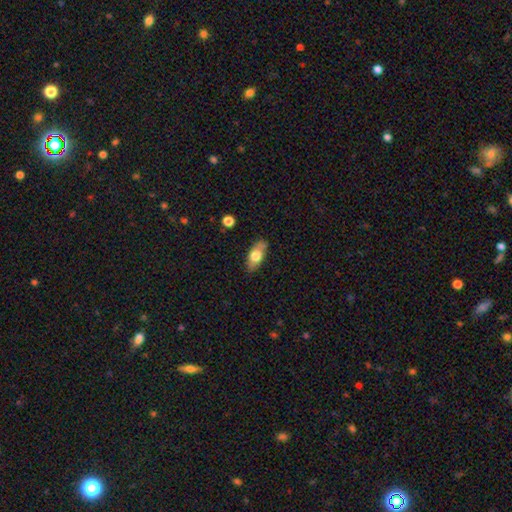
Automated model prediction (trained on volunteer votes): smooth_or_featured: smooth (p=0.68) [alt: featured or disk p=0.25]
how_rounded: in between (p=0.83) [alt: cigar-shaped p=0.13]
merging: none (p=0.80) [alt: minor disturbance p=0.15]